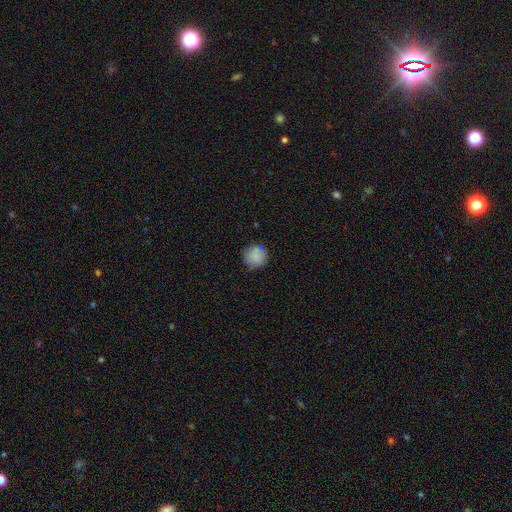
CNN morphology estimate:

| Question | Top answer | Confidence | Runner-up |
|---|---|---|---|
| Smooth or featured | smooth | 88% | star or artifact (8%) |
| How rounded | round | 93% | in between (6%) |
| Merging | none | 85% | minor disturbance (11%) |